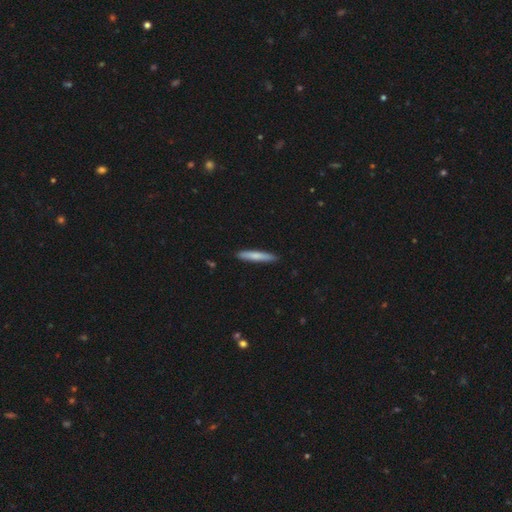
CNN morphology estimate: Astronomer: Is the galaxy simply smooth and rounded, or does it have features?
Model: smooth — 74%.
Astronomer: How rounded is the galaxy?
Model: cigar-shaped — 93%.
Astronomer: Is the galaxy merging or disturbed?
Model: none — 89%.